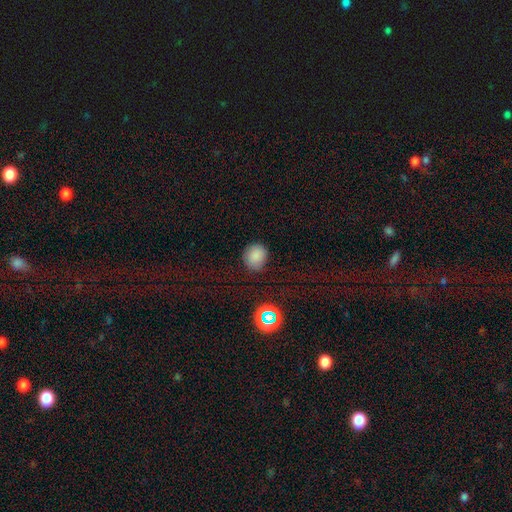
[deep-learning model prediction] smooth 82%, star or artifact 13%, featured or disk 5%. Down the decision tree: how rounded — round (77%); merging — none (82%).